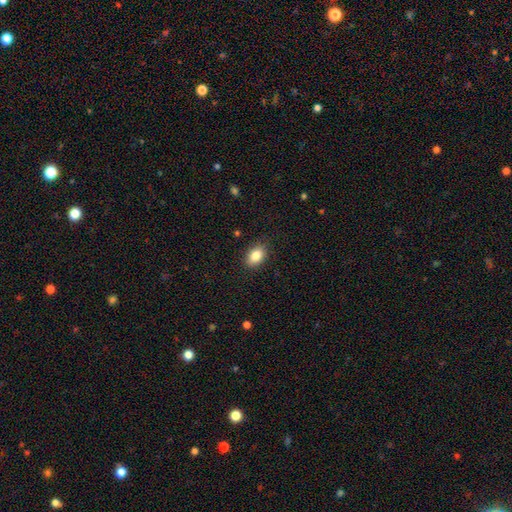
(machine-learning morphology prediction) Smooth or featured? smooth (86%)
How rounded? in between (84%)
Merging? none (87%)